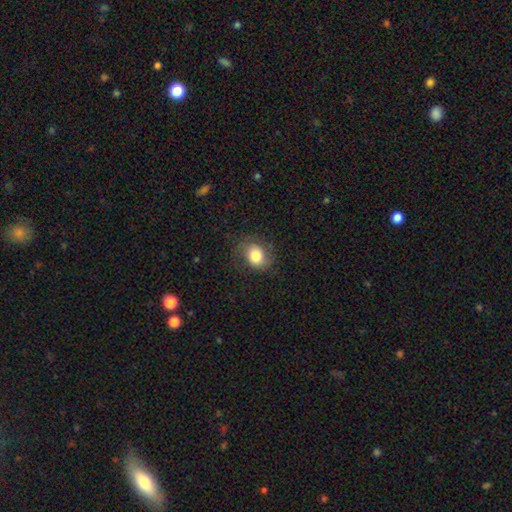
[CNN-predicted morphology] This appears to be a smooth galaxy with no disk features (75%) that is round (51%). Merging: none (68%).